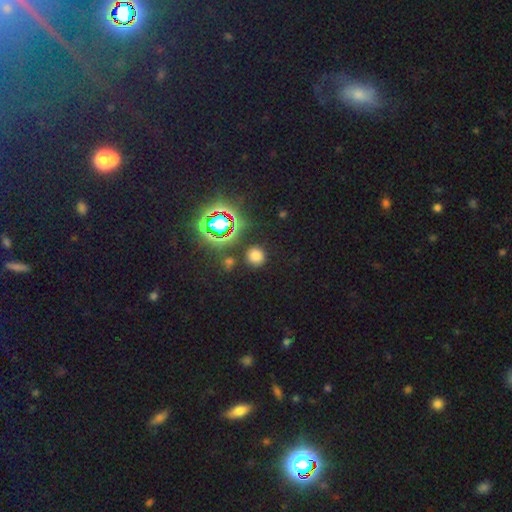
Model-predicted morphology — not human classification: Smooth or featured?
  - smooth: 66% *
  - star or artifact: 28%
  - featured or disk: 6%
How rounded?
  - round: 92% *
  - in between: 7%
  - cigar-shaped: 1%
Merging?
  - none: 87% *
  - minor disturbance: 7%
  - major disturbance: 3%
  - merger: 3%